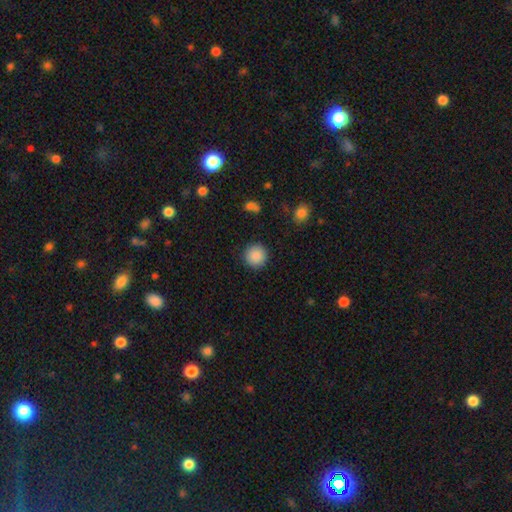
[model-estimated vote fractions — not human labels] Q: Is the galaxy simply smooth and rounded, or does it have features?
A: smooth — 89%.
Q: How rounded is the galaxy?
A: round — 95%.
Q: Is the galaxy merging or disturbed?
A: none — 91%.